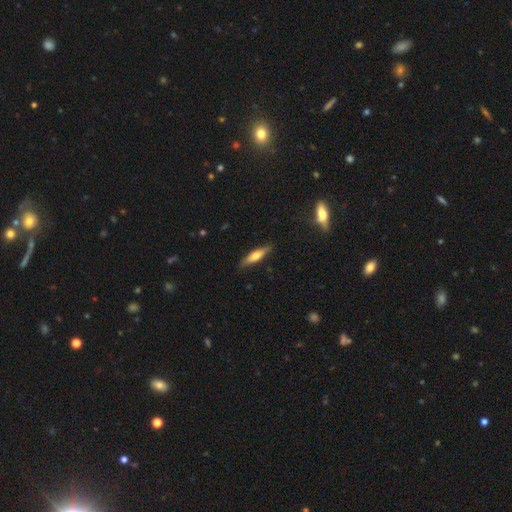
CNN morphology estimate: Smooth or featured: smooth — 53% (featured or disk — 41%)
How rounded: cigar-shaped — 75% (in between — 23%)
Merging: none — 86% (minor disturbance — 11%)